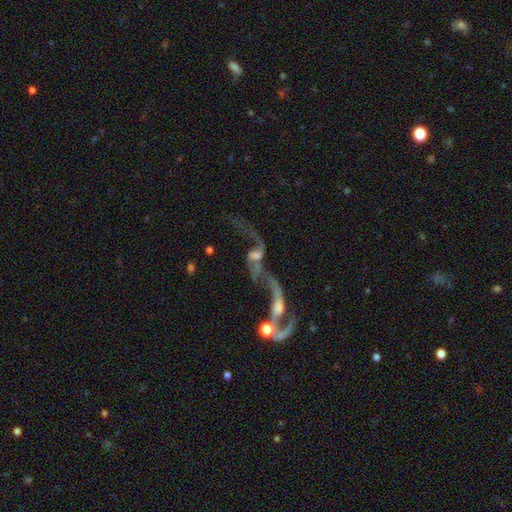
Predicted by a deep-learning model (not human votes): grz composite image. It shows a featured or disk galaxy (73%) with no bar (52%), 2 (77%) loose (92%) spiral arms (75%) and no central bulge (33%). Merging: merger (59%).